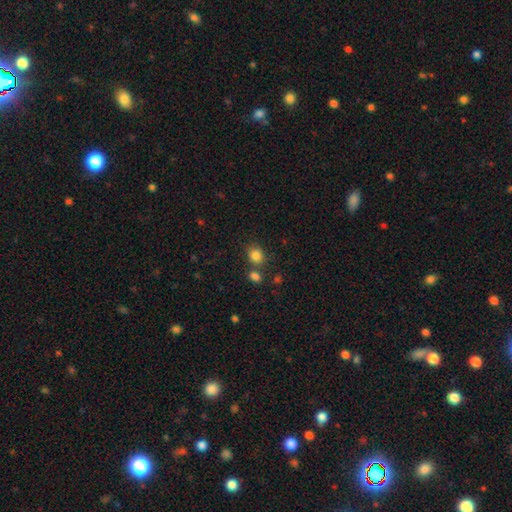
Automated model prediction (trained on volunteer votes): Smooth or featured: smooth — 84% (star or artifact — 11%)
How rounded: round — 58% (in between — 41%)
Merging: none — 65% (merger — 19%)